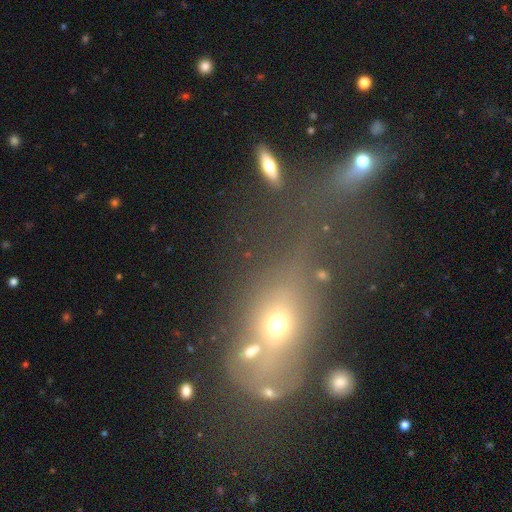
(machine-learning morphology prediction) Smooth or featured?
  - smooth: 43% *
  - star or artifact: 29%
  - featured or disk: 28%
Merging?
  - none: 30% *
  - merger: 28%
  - major disturbance: 28%
  - minor disturbance: 15%